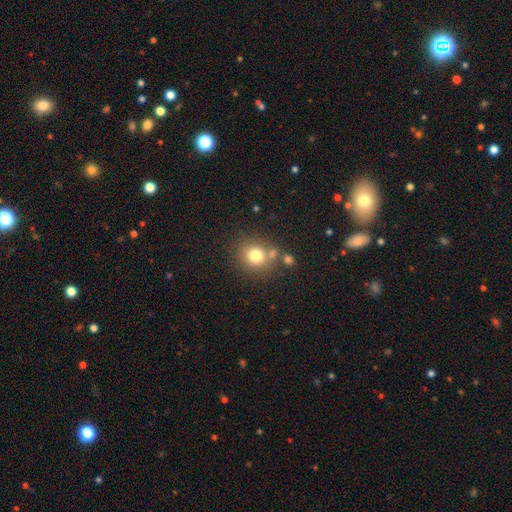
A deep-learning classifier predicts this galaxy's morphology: A smooth galaxy with no disk features (76%) that is round (82%).

Vote fractions:
- Smooth or featured? smooth: 76% / star or artifact: 13% / featured or disk: 10%
- How rounded? round: 82% / in between: 17% / cigar-shaped: 1%
- Merging? none: 69% / merger: 16% / minor disturbance: 11% / major disturbance: 4%